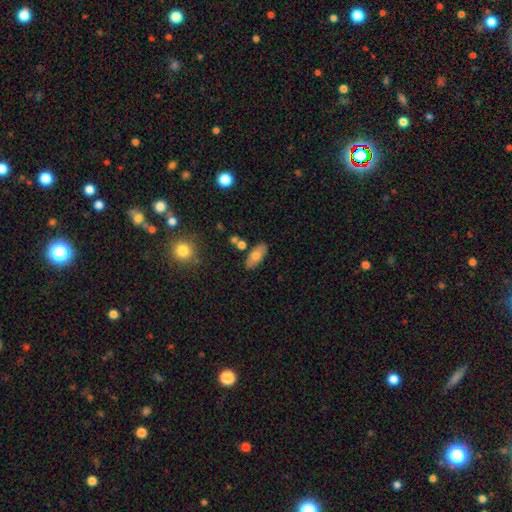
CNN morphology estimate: This appears to be a smooth galaxy with no disk features (73%) that is in between round and cigar-shaped (86%). Merging: none (80%).